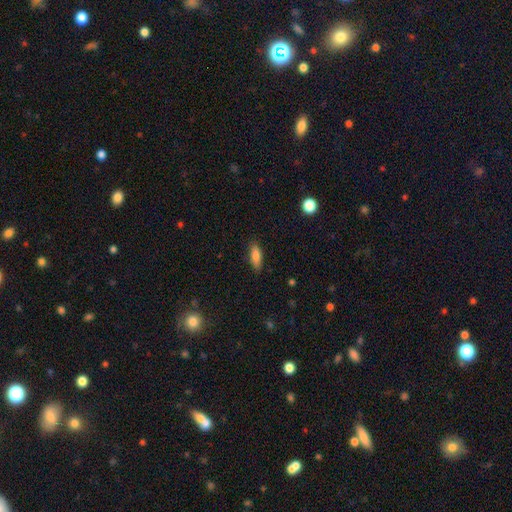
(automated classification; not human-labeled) This appears to be a smooth galaxy with no disk features (84%) that is in between round and cigar-shaped (63%). Merging: none (85%).